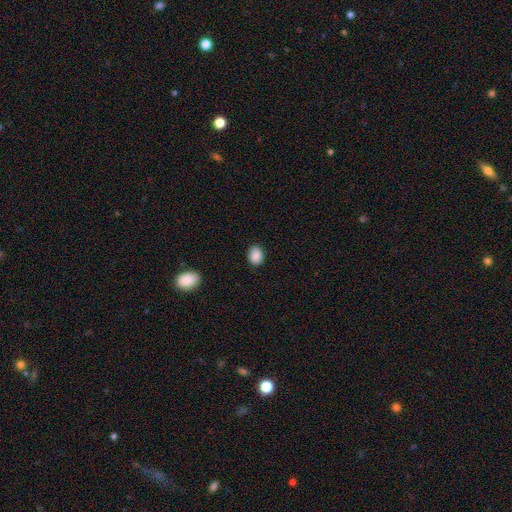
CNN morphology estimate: Q: Smooth or featured?
A: smooth (88%); runner-up: star or artifact (8%)
Q: How rounded?
A: in between (54%); runner-up: round (45%)
Q: Merging?
A: none (87%); runner-up: minor disturbance (9%)